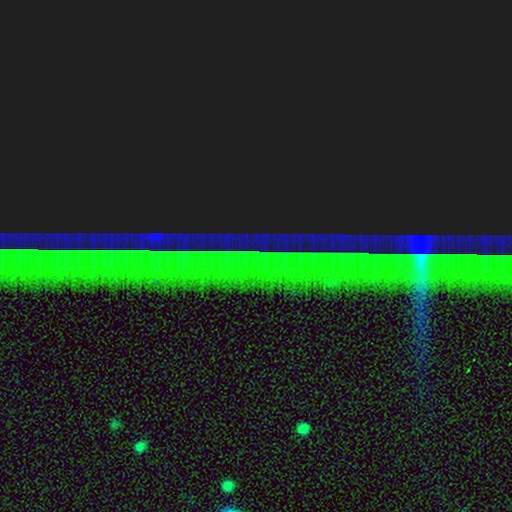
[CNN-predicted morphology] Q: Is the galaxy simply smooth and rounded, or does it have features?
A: star or artifact — 85%.